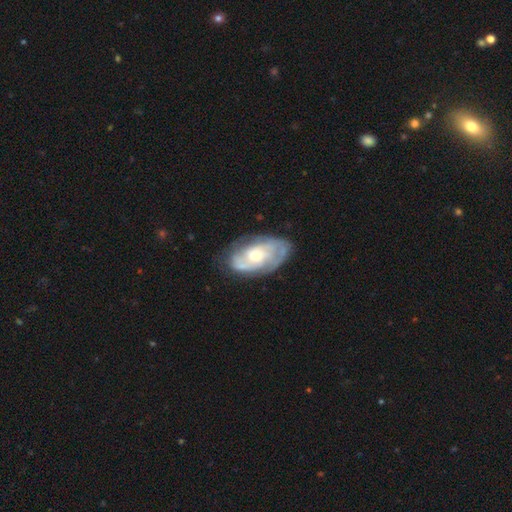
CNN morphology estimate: Smooth or featured? Predicted: featured or disk (p=0.75). Edge-on disk? Predicted: no (p=0.95). Bar? Predicted: no (p=0.67). Spiral arms? Predicted: yes (p=0.88). Spiral winding? Predicted: tight (p=0.50). Spiral arm count? Predicted: 2 (p=0.39). Bulge size? Predicted: moderate (p=0.53). Merging? Predicted: none (p=0.69).